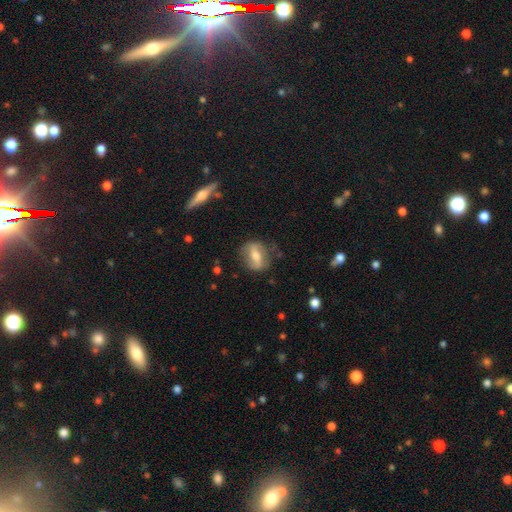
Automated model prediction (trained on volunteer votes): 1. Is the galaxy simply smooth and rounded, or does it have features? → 49% featured or disk, 43% smooth, 8% star or artifact.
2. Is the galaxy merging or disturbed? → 74% none, 17% minor disturbance, 7% major disturbance, 2% merger.